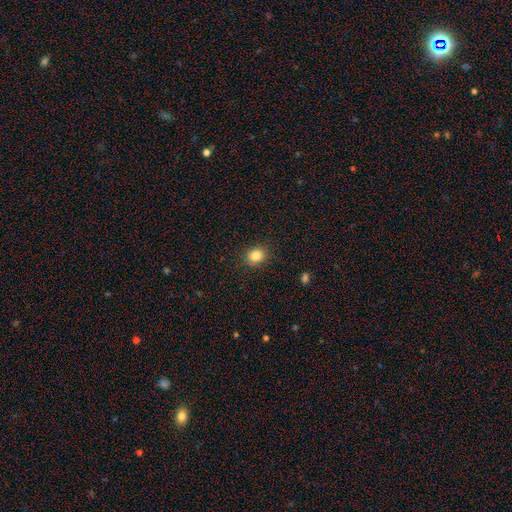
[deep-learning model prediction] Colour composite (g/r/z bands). It shows a smooth galaxy with no disk features (84%) that is round (73%). Merging: none (89%).